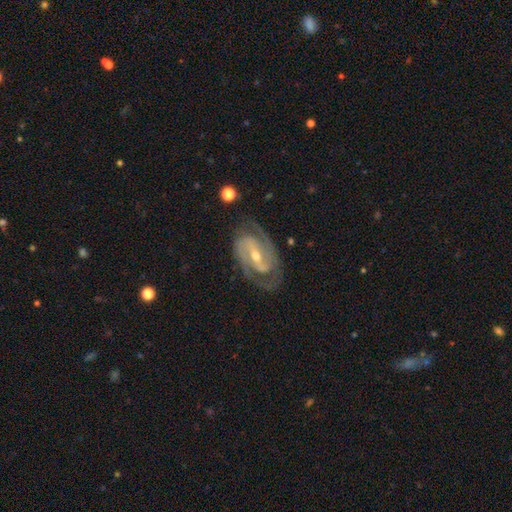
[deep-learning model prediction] A featured or disk galaxy (90%) with a strong bar (46%), 2 (89%) medium (46%) spiral arms (97%) and a moderate central bulge (50%).

Vote fractions:
- Smooth or featured? featured or disk: 90% / smooth: 5% / star or artifact: 5%
- Edge-on disk? no: 96% / yes: 4%
- Bar? strong: 46% / weak: 38% / no: 17%
- Spiral arms? yes: 97% / no: 3%
- Spiral winding? medium: 46% / tight: 44% / loose: 9%
- Spiral arm count? 2: 89% / can't tell: 4% / 3: 3% / 1: 2% / 4: 1% / more than 4: 1%
- Bulge size? moderate: 50% / small: 47% / large: 2% / none: 1% / dominant: 1%
- Merging? none: 79% / minor disturbance: 14% / major disturbance: 6% / merger: 1%